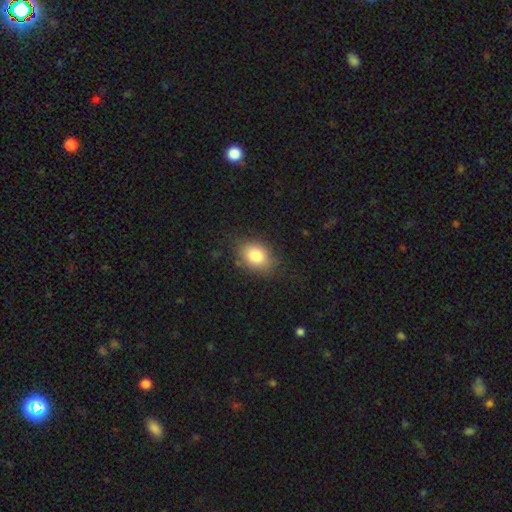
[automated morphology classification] Q: Smooth or featured?
A: smooth (83%); runner-up: featured or disk (9%)
Q: How rounded?
A: in between (71%); runner-up: round (27%)
Q: Merging?
A: none (79%); runner-up: minor disturbance (16%)